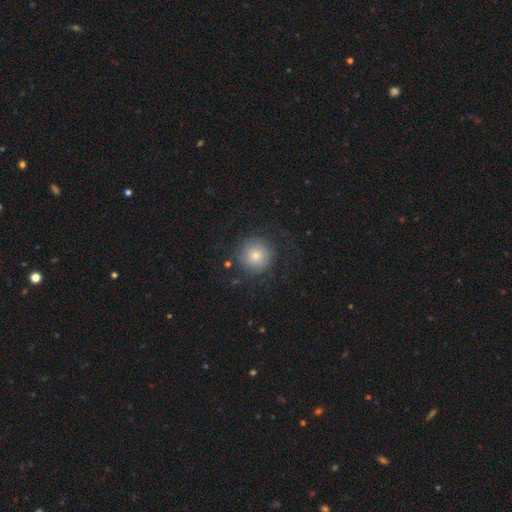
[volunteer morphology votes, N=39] This is possibly a smooth galaxy (51%). How rounded: clearly round (90%). Merging: likely none (77%).